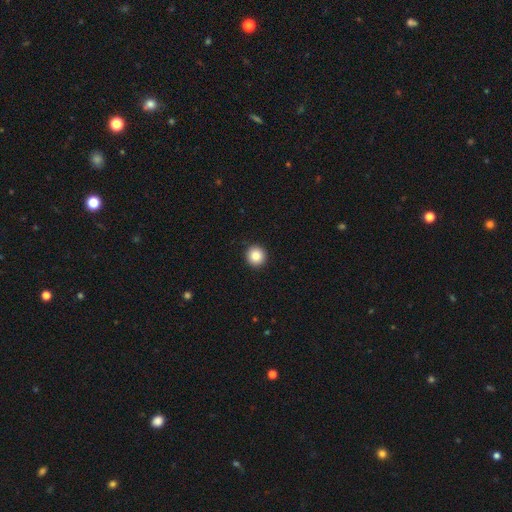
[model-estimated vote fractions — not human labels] Smooth or featured? smooth (85%)
How rounded? round (95%)
Merging? none (93%)